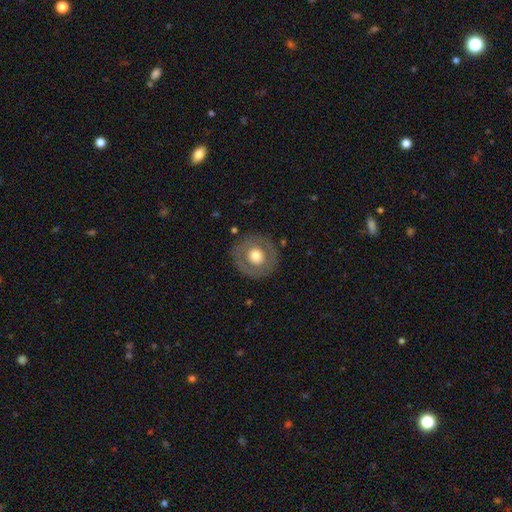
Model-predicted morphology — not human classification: Smooth or featured? smooth (56%)
How rounded? round (92%)
Merging? none (85%)